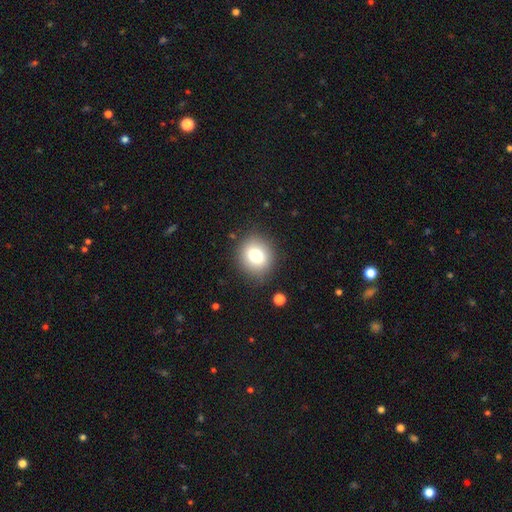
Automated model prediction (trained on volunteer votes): Smooth or featured? Predicted: smooth (p=0.76). How rounded? Predicted: round (p=0.75). Merging? Predicted: none (p=0.85).